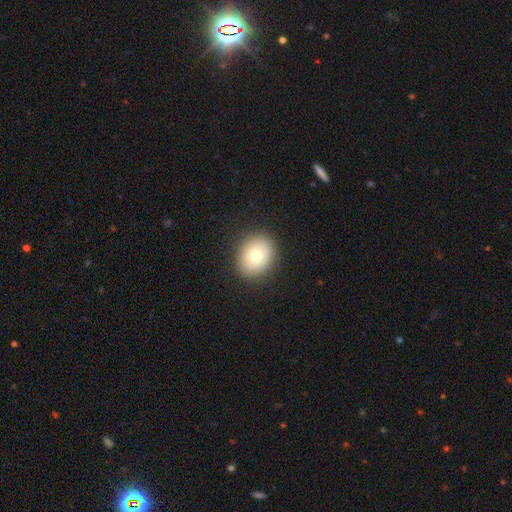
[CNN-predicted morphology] type=smooth (74%); roundness=round (63%); merging=none (88%).